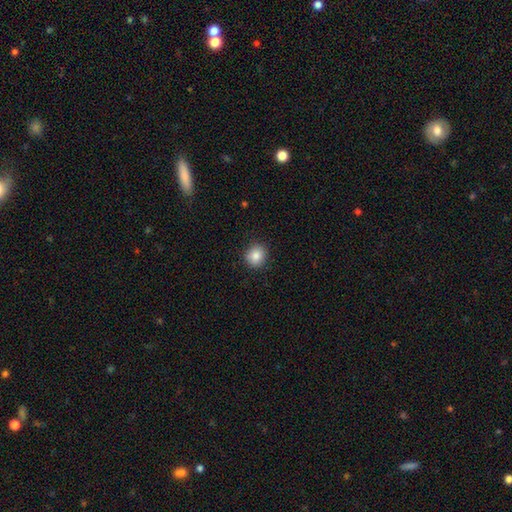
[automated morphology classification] Smooth or featured?
  - smooth: 85% *
  - star or artifact: 10%
  - featured or disk: 5%
How rounded?
  - round: 81% *
  - in between: 18%
  - cigar-shaped: 1%
Merging?
  - none: 88% *
  - minor disturbance: 9%
  - major disturbance: 2%
  - merger: 1%